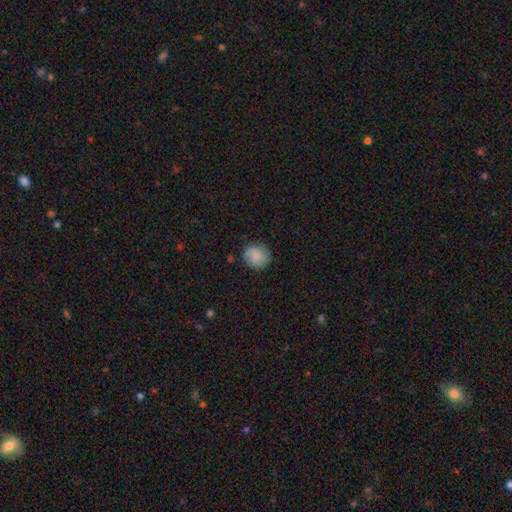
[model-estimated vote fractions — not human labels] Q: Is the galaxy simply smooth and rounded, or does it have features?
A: smooth — 64%.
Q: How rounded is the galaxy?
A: round — 88%.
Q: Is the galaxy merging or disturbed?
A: none — 81%.